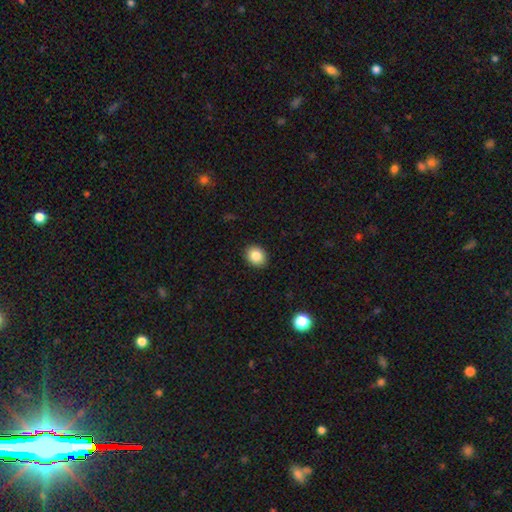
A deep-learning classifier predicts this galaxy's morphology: Smooth or featured? Predicted: smooth (p=0.85). How rounded? Predicted: round (p=0.56). Merging? Predicted: none (p=0.91).